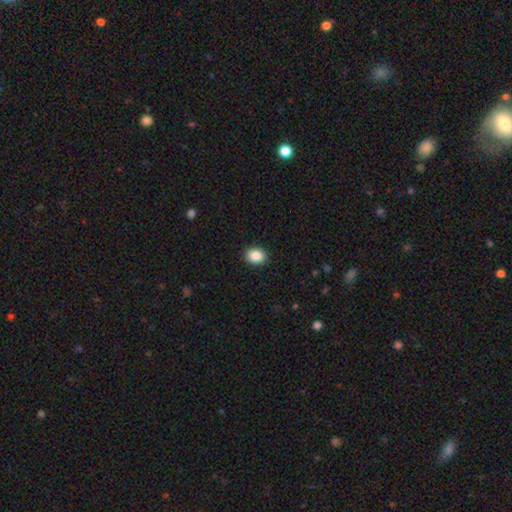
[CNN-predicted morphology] This appears to be a smooth galaxy with no disk features (88%) that is in between round and cigar-shaped (52%). Merging: none (91%).